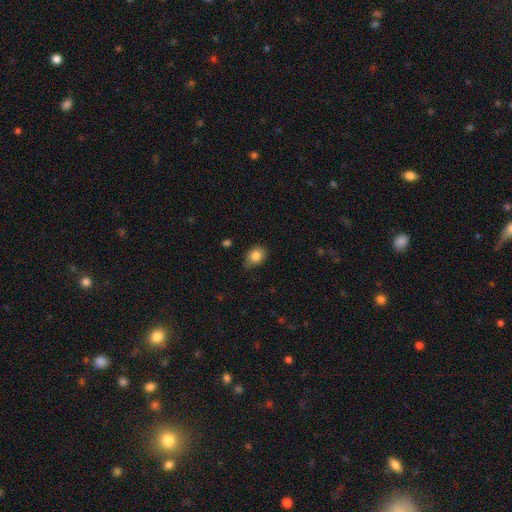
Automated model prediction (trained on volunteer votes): smooth_or_featured: smooth (p=0.83) [alt: star or artifact p=0.09]
how_rounded: in between (p=0.57) [alt: round p=0.42]
merging: none (p=0.70) [alt: minor disturbance p=0.25]